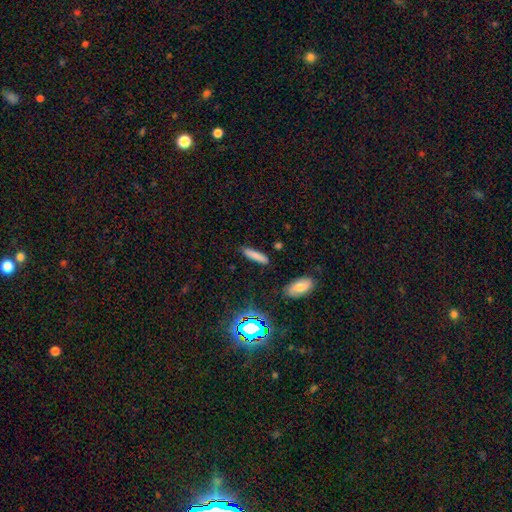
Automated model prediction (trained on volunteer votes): A smooth galaxy with no disk features (78%) that is cigar-shaped (80%). Merging: none (85%).